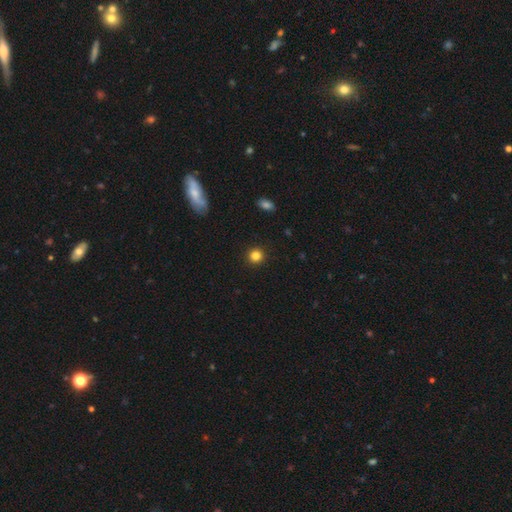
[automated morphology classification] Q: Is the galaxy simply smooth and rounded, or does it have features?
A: smooth — 84%.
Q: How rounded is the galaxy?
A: round — 94%.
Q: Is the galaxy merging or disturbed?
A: none — 93%.